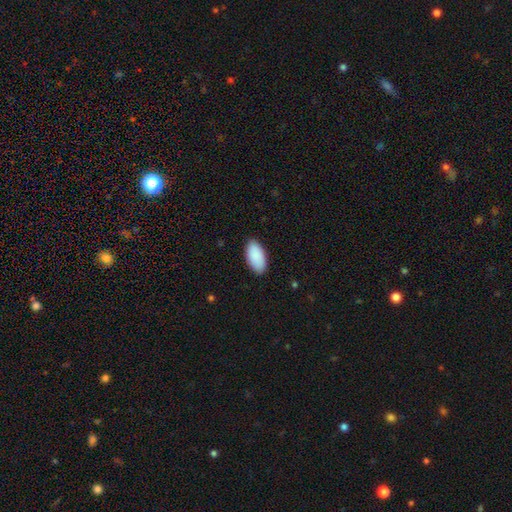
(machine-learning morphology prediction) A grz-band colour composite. It shows a smooth galaxy with no disk features (91%) that is in between round and cigar-shaped (96%). Merging: none (87%).